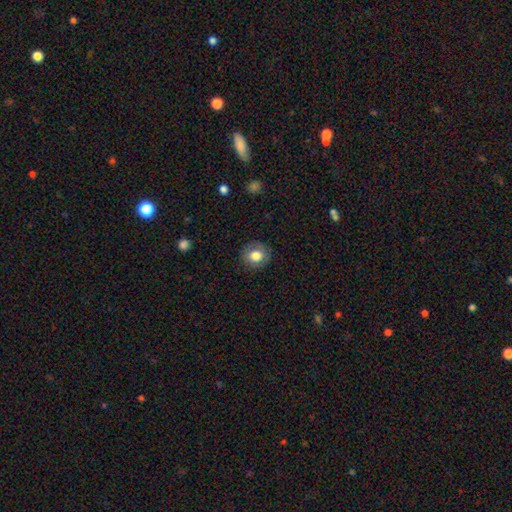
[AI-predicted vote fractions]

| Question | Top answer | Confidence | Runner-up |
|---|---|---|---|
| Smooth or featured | smooth | 78% | featured or disk (13%) |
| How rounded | round | 84% | in between (15%) |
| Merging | none | 86% | minor disturbance (10%) |